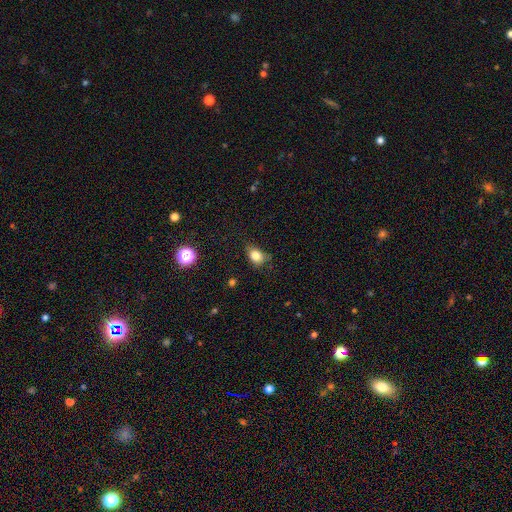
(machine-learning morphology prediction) type=smooth (81%); roundness=in between (65%); merging=none (64%).